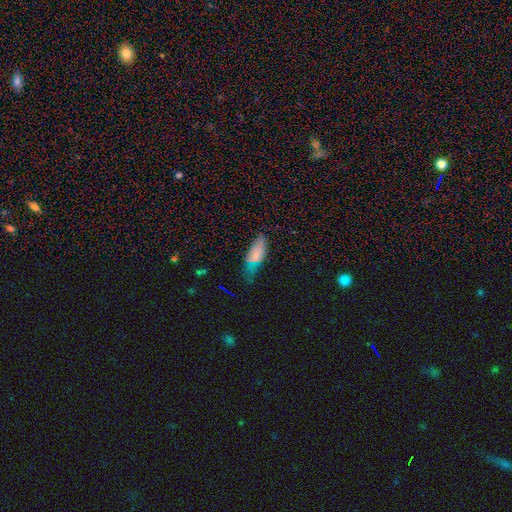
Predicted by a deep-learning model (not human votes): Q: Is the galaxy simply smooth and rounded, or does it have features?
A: smooth — 70%.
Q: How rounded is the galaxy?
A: in between — 76%.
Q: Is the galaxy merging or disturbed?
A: none — 48%.